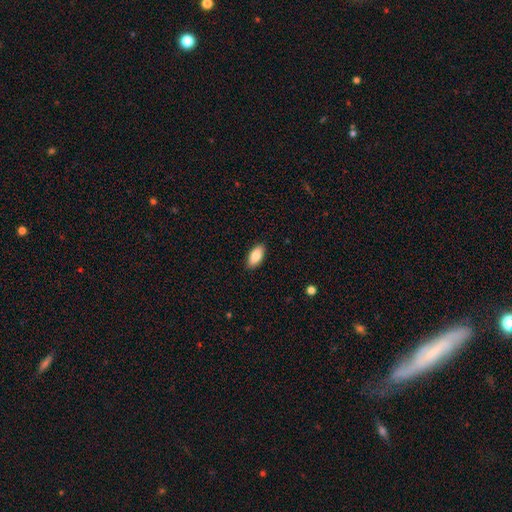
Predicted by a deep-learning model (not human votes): Morphology: type=smooth (87%); roundness=in between (91%); merging=none (89%).